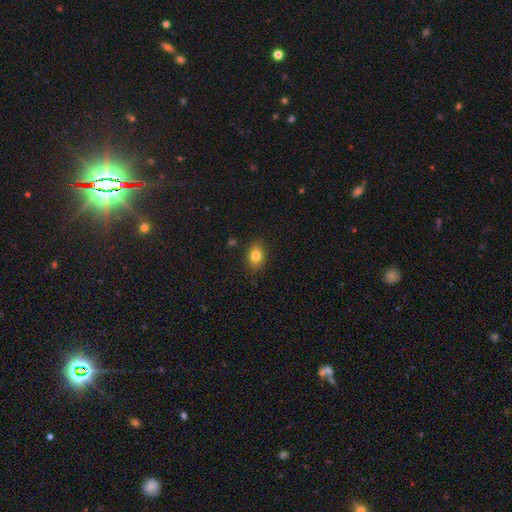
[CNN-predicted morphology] smooth-or-featured: smooth: 83% | star or artifact: 10% | featured or disk: 7%
  how-rounded: in between: 70% | round: 29% | cigar-shaped: 1%
  merging: none: 86% | minor disturbance: 10% | major disturbance: 2% | merger: 1%